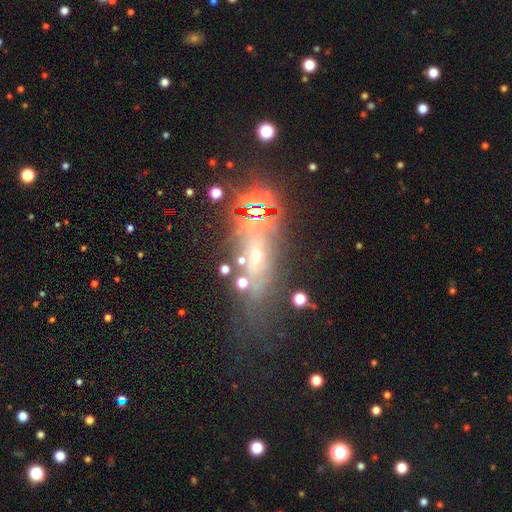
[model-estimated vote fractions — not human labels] Morphology: type=featured or disk (40%); merging=none (59%).